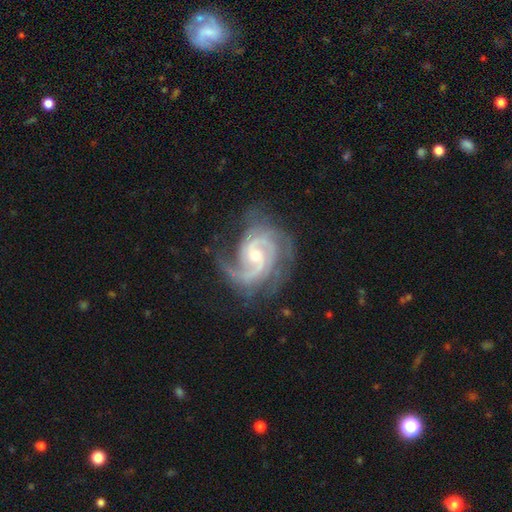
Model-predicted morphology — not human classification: This appears to be a featured or disk galaxy (93%) with no bar (49%), 2 (50%) medium (49%) spiral arms (99%) and a small central bulge (56%). Merging: none (68%).